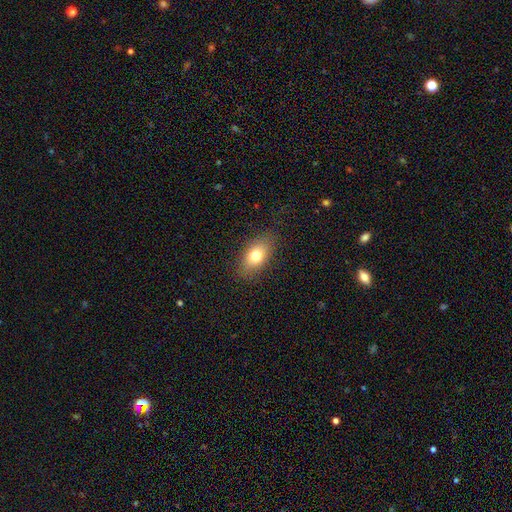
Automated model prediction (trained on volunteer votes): Smooth or featured?
  - smooth: 75% *
  - featured or disk: 16%
  - star or artifact: 9%
How rounded?
  - in between: 85% *
  - round: 9%
  - cigar-shaped: 6%
Merging?
  - none: 83% *
  - minor disturbance: 12%
  - major disturbance: 4%
  - merger: 1%